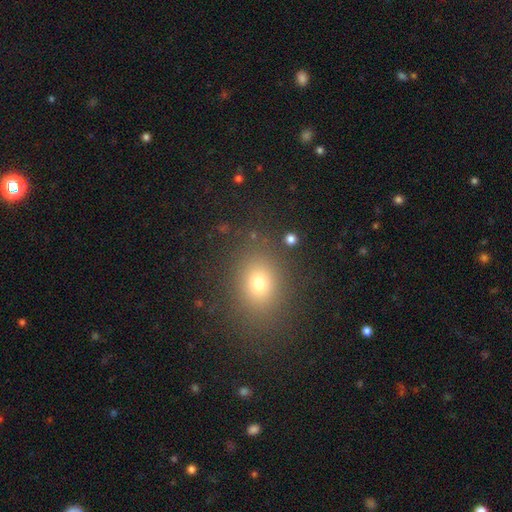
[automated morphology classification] This is likely a smooth galaxy (65%). How rounded: possibly in between (54%). Merging: clearly none (87%).